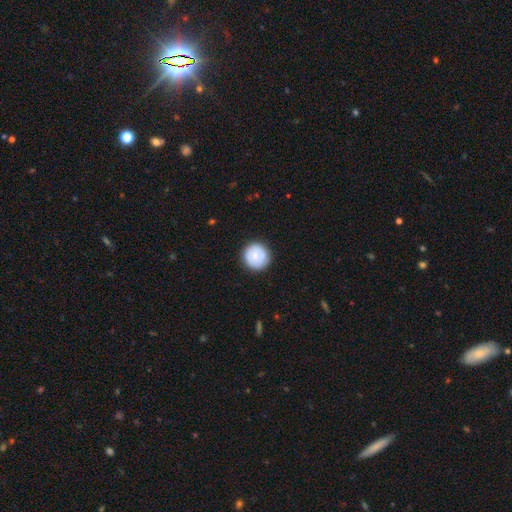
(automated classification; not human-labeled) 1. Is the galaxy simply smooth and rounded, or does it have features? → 73% smooth, 20% featured or disk, 7% star or artifact.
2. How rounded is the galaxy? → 95% round, 4% in between, 1% cigar-shaped.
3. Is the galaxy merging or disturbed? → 88% none, 9% minor disturbance, 2% major disturbance, 1% merger.